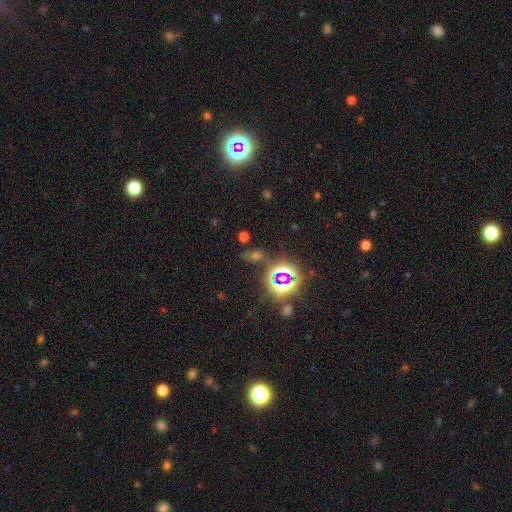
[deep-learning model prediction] This is likely a star or artifact rather than a galaxy (66%).